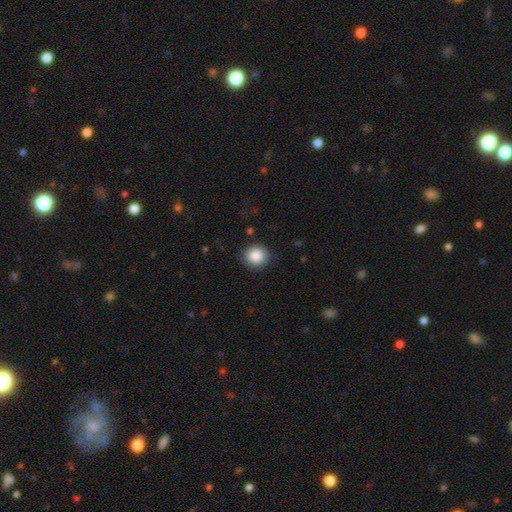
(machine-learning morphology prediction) Smooth or featured?
  - smooth: 87% *
  - star or artifact: 9%
  - featured or disk: 4%
How rounded?
  - round: 90% *
  - in between: 10%
  - cigar-shaped: 1%
Merging?
  - none: 88% *
  - minor disturbance: 9%
  - major disturbance: 2%
  - merger: 1%